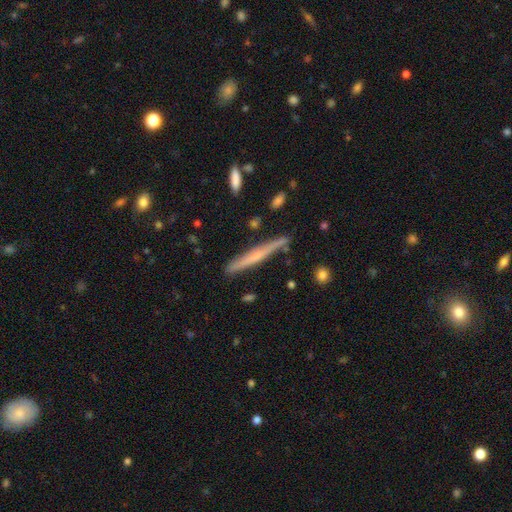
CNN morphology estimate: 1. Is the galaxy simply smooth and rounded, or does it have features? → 56% featured or disk, 37% smooth, 7% star or artifact.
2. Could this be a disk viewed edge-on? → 96% yes, 4% no.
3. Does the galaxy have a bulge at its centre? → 48% none, 44% rounded, 8% boxy.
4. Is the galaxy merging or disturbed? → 84% none, 12% minor disturbance, 2% merger, 2% major disturbance.